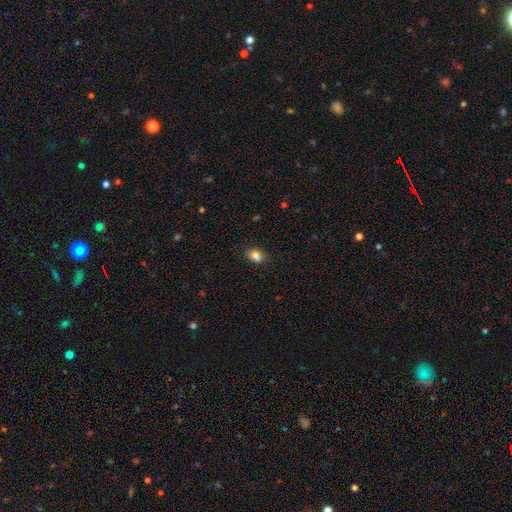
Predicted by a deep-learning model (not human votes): The model was most divided on "how rounded": in between: 67%, round: 32%, cigar-shaped: 1%. More confident: smooth or featured — smooth (81%); merging — none (66%).